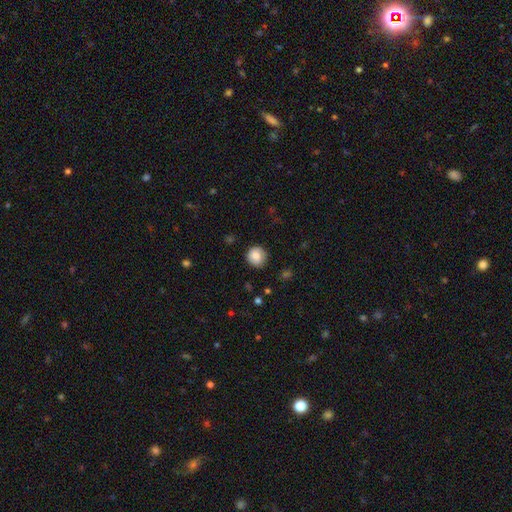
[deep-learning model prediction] Overall: smooth (81%). How rounded: round (93%). Merging: none (88%).